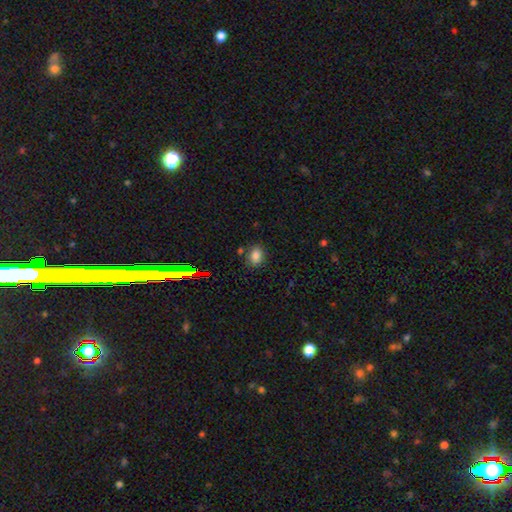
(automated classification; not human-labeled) Q: Smooth or featured?
A: smooth (82%); runner-up: star or artifact (13%)
Q: How rounded?
A: in between (70%); runner-up: round (29%)
Q: Merging?
A: none (80%); runner-up: minor disturbance (13%)